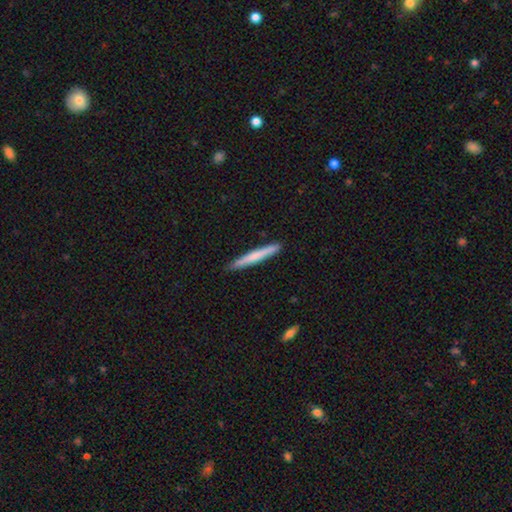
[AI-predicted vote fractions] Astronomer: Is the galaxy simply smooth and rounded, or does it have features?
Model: smooth — 64%.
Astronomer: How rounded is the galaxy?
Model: cigar-shaped — 97%.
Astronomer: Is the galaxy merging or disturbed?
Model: none — 90%.